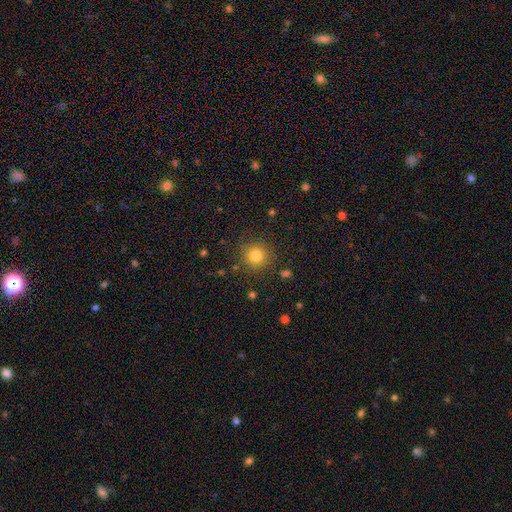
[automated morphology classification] A smooth galaxy with no disk features (79%) that is round (94%). Merging: none (88%).